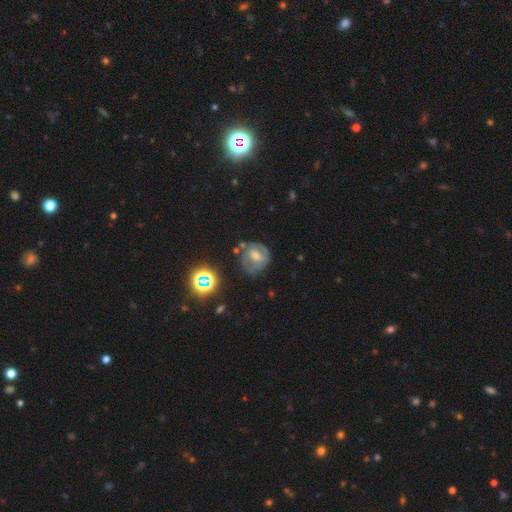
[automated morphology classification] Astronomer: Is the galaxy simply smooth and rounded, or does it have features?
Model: featured or disk — 59%.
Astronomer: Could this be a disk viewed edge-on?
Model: no — 96%.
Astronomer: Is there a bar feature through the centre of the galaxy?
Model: weak — 43% (runner-up: no, 39%).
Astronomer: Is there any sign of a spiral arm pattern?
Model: yes — 64%.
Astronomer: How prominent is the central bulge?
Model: moderate — 54%.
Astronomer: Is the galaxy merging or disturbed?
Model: none — 58%.